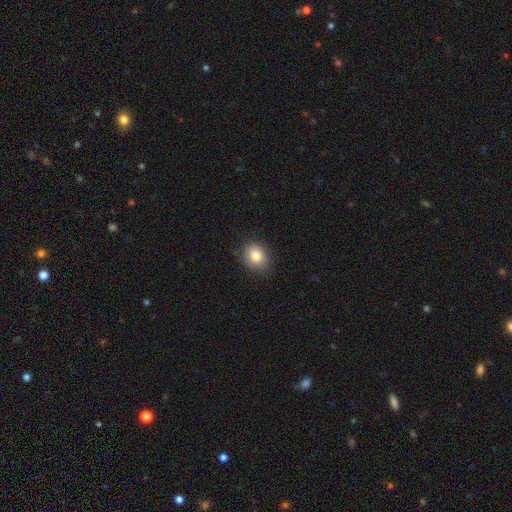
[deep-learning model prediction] smooth_or_featured: smooth (p=0.84) [alt: star or artifact p=0.09]
how_rounded: round (p=0.50) [alt: in between p=0.49]
merging: none (p=0.82) [alt: minor disturbance p=0.14]